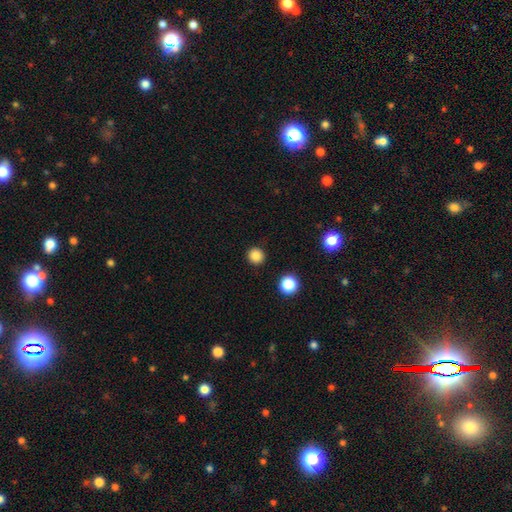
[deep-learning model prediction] smooth-or-featured: smooth: 84% | star or artifact: 13% | featured or disk: 3%
  how-rounded: round: 95% | in between: 4% | cigar-shaped: 1%
  merging: none: 91% | minor disturbance: 5% | major disturbance: 2% | merger: 1%